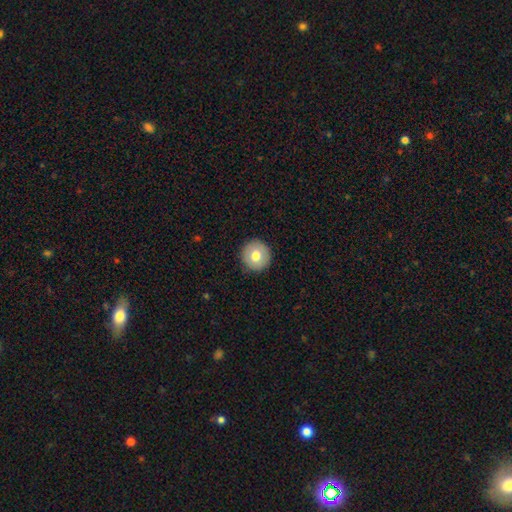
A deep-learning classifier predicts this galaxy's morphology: smooth-or-featured: smooth: 73% | featured or disk: 19% | star or artifact: 8%
  how-rounded: round: 96% | in between: 3% | cigar-shaped: 1%
  merging: none: 92% | minor disturbance: 6% | major disturbance: 2% | merger: 1%